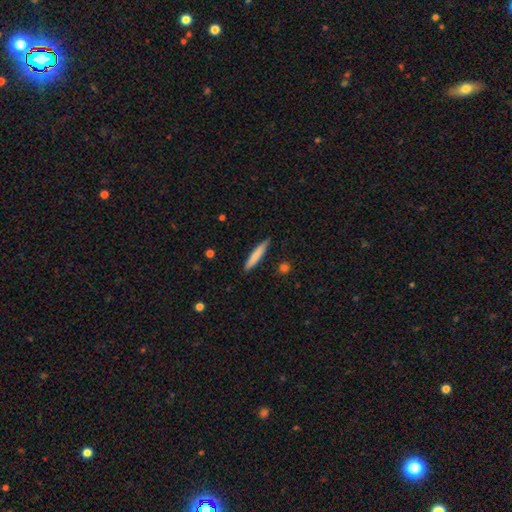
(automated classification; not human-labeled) smooth 78%, featured or disk 16%, star or artifact 6%. Down the decision tree: how rounded — cigar-shaped (93%); merging — none (88%).